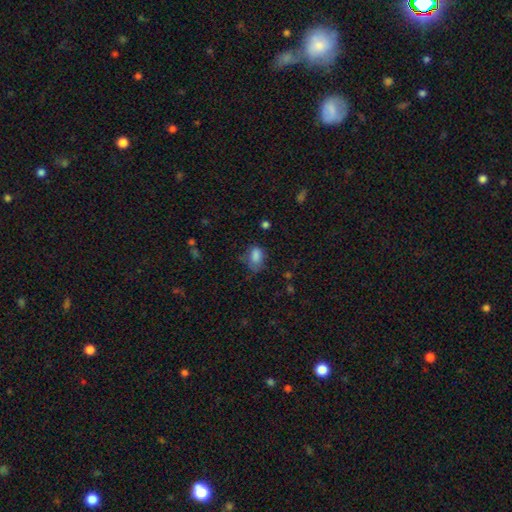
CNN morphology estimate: smooth-or-featured: smooth: 80% | star or artifact: 10% | featured or disk: 10%
  how-rounded: in between: 82% | round: 17% | cigar-shaped: 2%
  merging: none: 44% | minor disturbance: 33% | major disturbance: 20% | merger: 3%